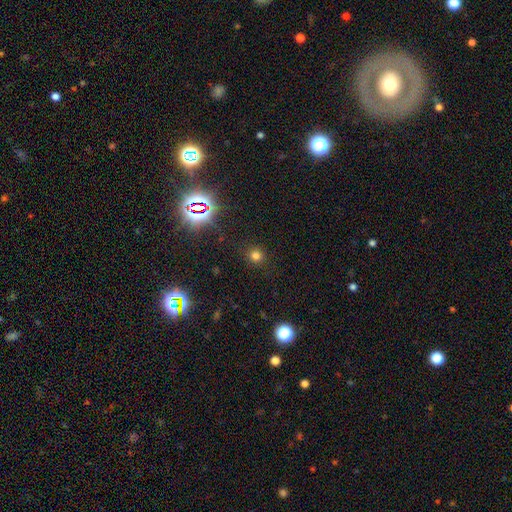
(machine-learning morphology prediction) Smooth or featured? Predicted: smooth (p=0.73). How rounded? Predicted: round (p=0.91). Merging? Predicted: none (p=0.89).